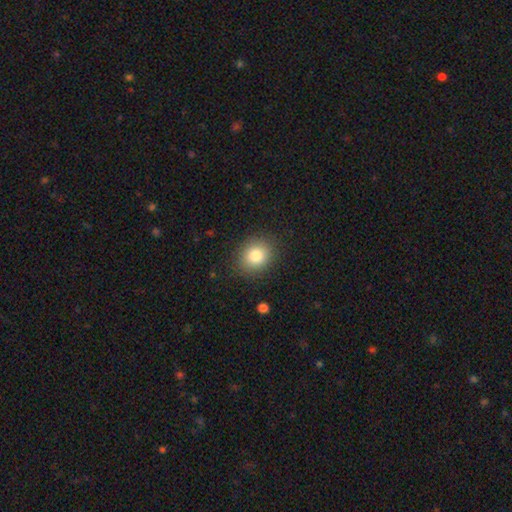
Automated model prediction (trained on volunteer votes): Overall: smooth (82%). How rounded: round (70%). Merging: none (88%).